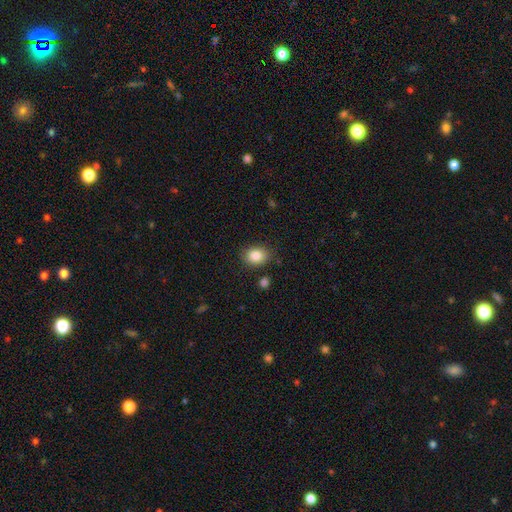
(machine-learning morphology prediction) This appears to be a smooth galaxy with no disk features (87%) that is in between round and cigar-shaped (56%). Merging: none (83%).